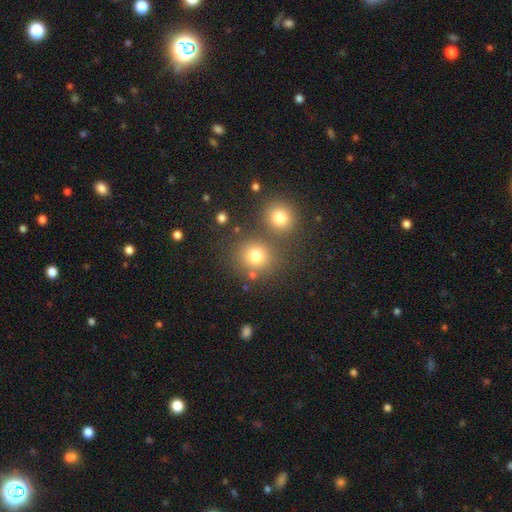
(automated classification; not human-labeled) This is likely a smooth galaxy (77%). How rounded: clearly round (86%). Merging: likely none (69%).